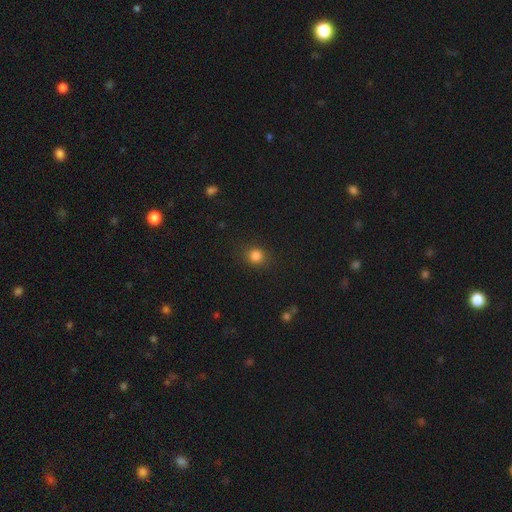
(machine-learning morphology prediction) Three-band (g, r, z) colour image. It shows a smooth galaxy with no disk features (83%) that is round (81%). Merging: none (86%).